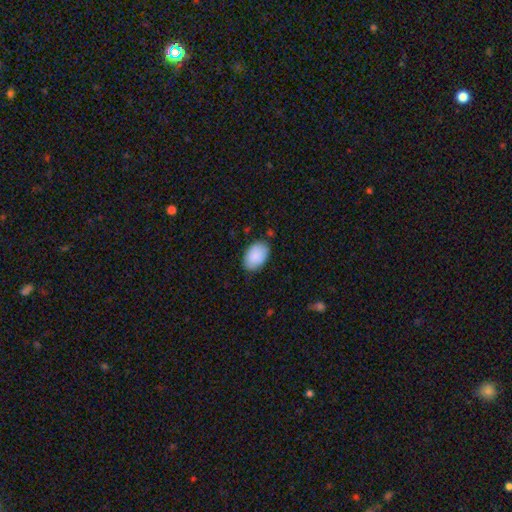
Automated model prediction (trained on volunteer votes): A smooth galaxy with no disk features (89%) that is in between round and cigar-shaped (90%).

Vote fractions:
- Smooth or featured? smooth: 89% / star or artifact: 6% / featured or disk: 5%
- How rounded? in between: 90% / round: 9% / cigar-shaped: 1%
- Merging? none: 81% / minor disturbance: 15% / major disturbance: 3% / merger: 1%